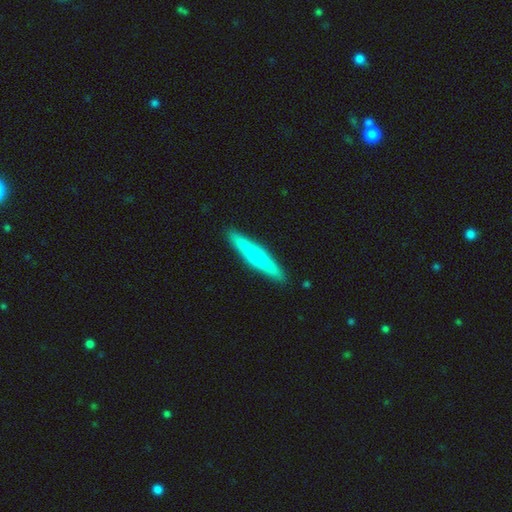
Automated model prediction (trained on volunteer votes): Q: Smooth or featured?
A: smooth (55%); runner-up: featured or disk (40%)
Q: How rounded?
A: cigar-shaped (95%); runner-up: in between (3%)
Q: Merging?
A: none (92%); runner-up: minor disturbance (6%)